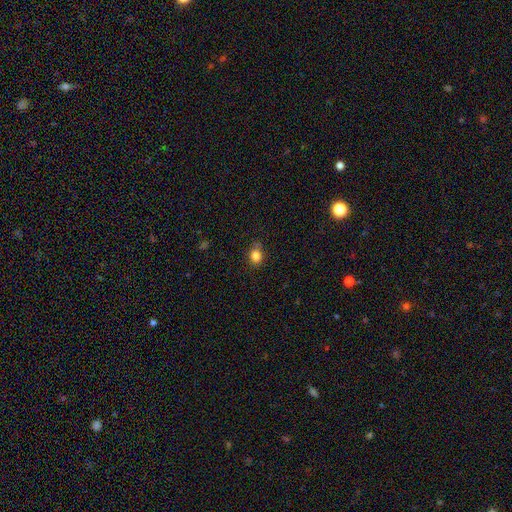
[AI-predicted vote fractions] smooth 84%, star or artifact 11%, featured or disk 5%. Down the decision tree: how rounded — round (54%); merging — none (76%).